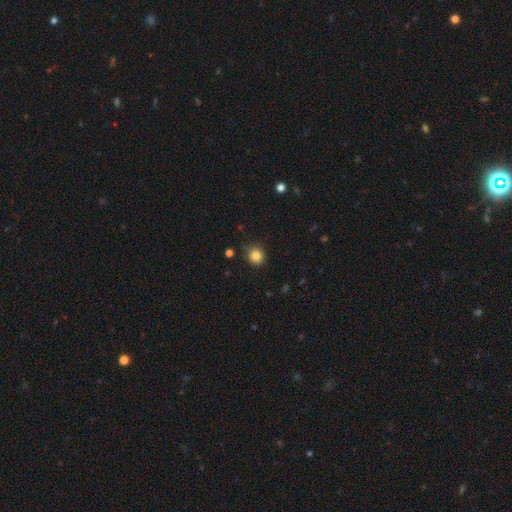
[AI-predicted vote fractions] This appears to be a smooth galaxy with no disk features (85%) that is round (84%). Merging: none (85%).